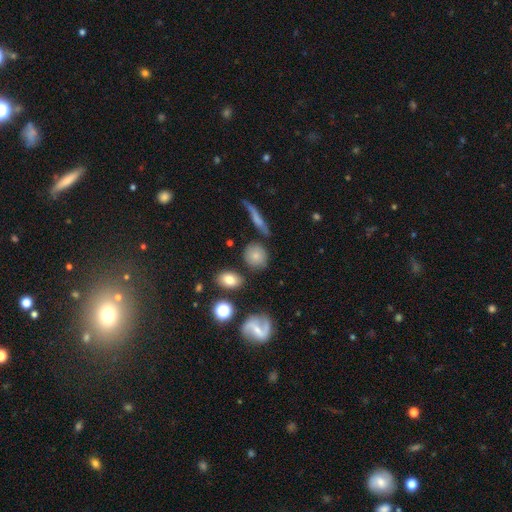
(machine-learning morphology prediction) A smooth galaxy with no disk features (76%) that is round (77%).

Vote fractions:
- Smooth or featured? smooth: 76% / featured or disk: 13% / star or artifact: 11%
- How rounded? round: 77% / in between: 21% / cigar-shaped: 3%
- Merging? none: 76% / minor disturbance: 13% / merger: 6% / major disturbance: 4%